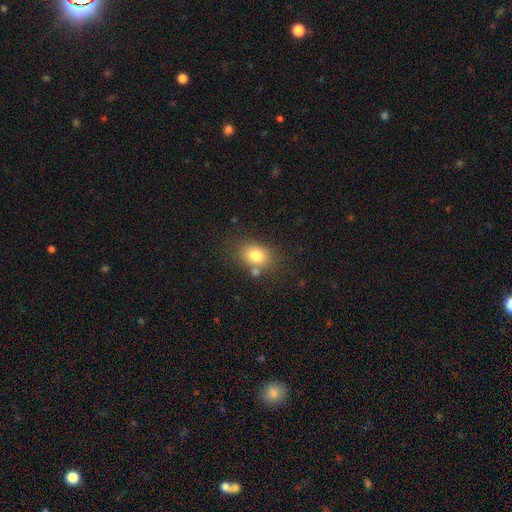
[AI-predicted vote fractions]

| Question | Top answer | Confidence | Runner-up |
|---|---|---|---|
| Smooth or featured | smooth | 79% | featured or disk (11%) |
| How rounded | in between | 68% | round (30%) |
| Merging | none | 69% | minor disturbance (14%) |